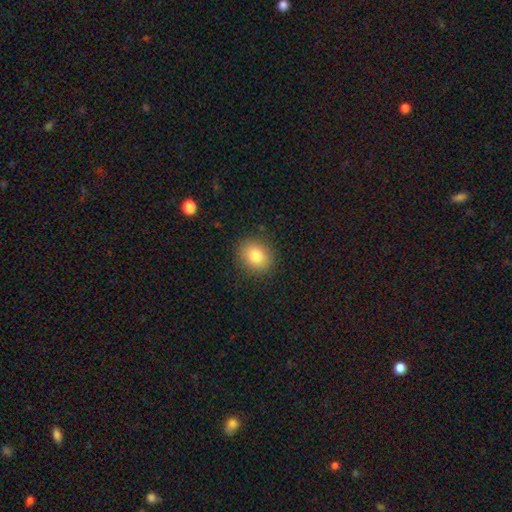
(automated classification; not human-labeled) Overall: smooth (83%). How rounded: round (67%; in between 32%). Merging: none (88%).